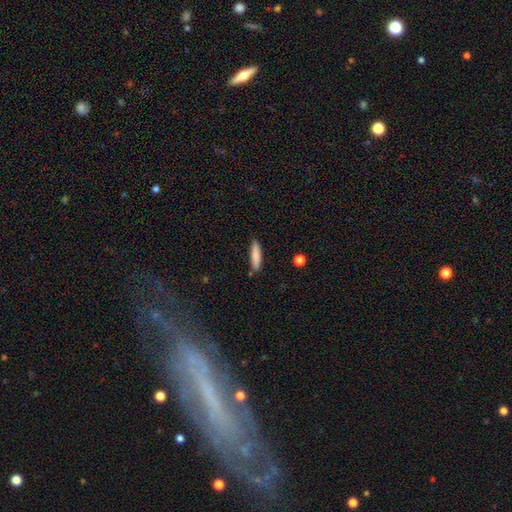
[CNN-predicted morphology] smooth_or_featured: smooth (p=0.84) [alt: featured or disk p=0.10]
how_rounded: cigar-shaped (p=0.78) [alt: in between p=0.21]
merging: none (p=0.85) [alt: minor disturbance p=0.10]